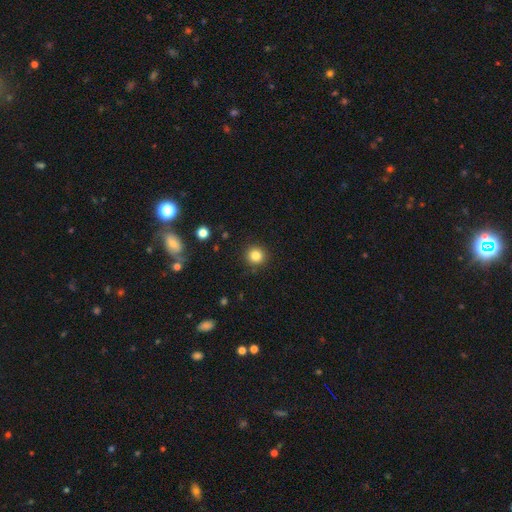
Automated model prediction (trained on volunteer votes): Smooth or featured? Predicted: smooth (p=0.83). How rounded? Predicted: round (p=0.94). Merging? Predicted: none (p=0.91).